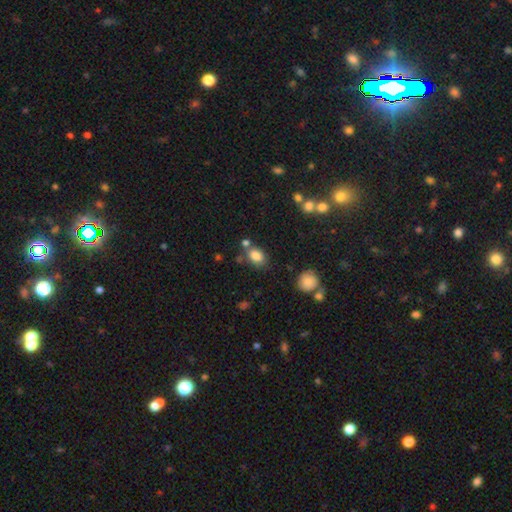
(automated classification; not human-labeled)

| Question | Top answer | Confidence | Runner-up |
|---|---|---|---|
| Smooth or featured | smooth | 83% | star or artifact (10%) |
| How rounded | in between | 78% | round (21%) |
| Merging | none | 66% | minor disturbance (15%) |